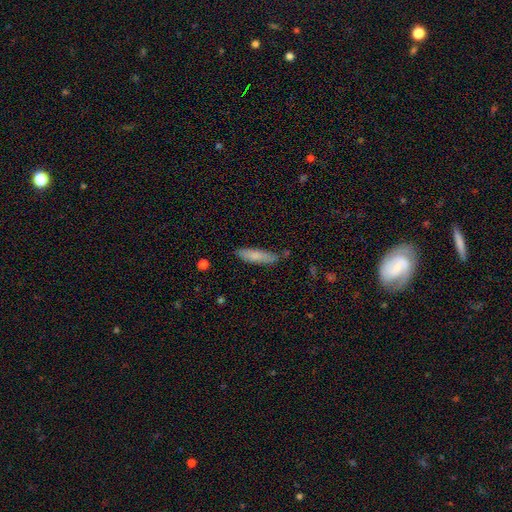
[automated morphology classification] smooth 80%, featured or disk 14%, star or artifact 6%. Down the decision tree: how rounded — cigar-shaped (71%); merging — none (74%).